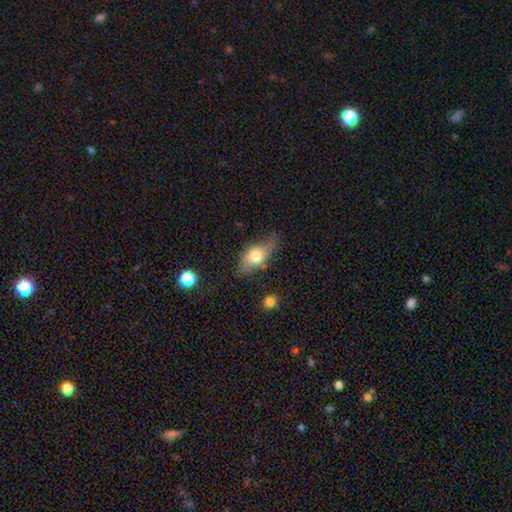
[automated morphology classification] Smooth or featured?
  - smooth: 69% *
  - featured or disk: 24%
  - star or artifact: 8%
How rounded?
  - in between: 82% *
  - round: 10%
  - cigar-shaped: 8%
Merging?
  - none: 55% *
  - minor disturbance: 30%
  - major disturbance: 11%
  - merger: 4%